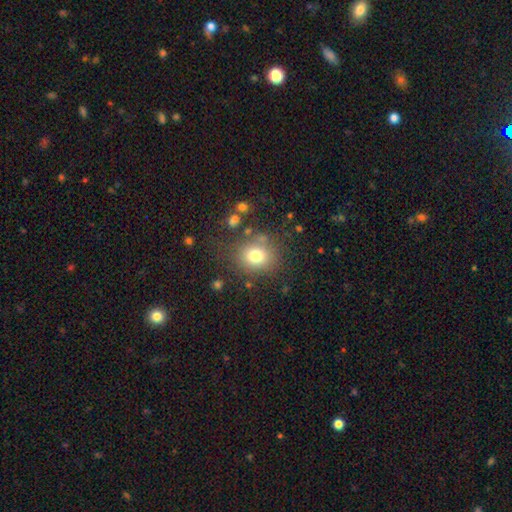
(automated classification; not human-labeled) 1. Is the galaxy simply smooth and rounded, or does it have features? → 75% smooth, 14% star or artifact, 11% featured or disk.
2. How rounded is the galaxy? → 70% round, 29% in between, 1% cigar-shaped.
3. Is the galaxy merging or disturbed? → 74% none, 14% minor disturbance, 7% major disturbance, 5% merger.